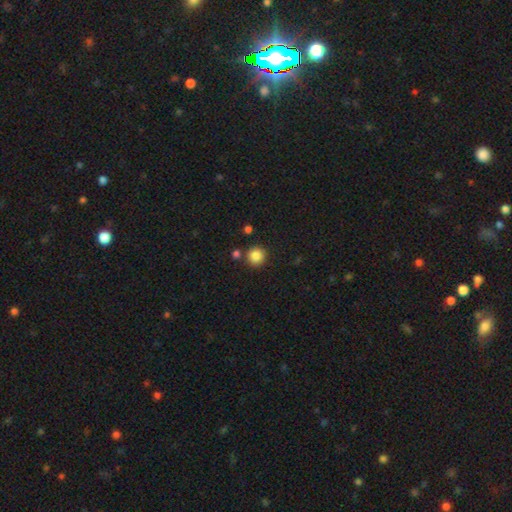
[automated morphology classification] smooth 85%, star or artifact 10%, featured or disk 4%. Down the decision tree: how rounded — round (94%); merging — none (83%).